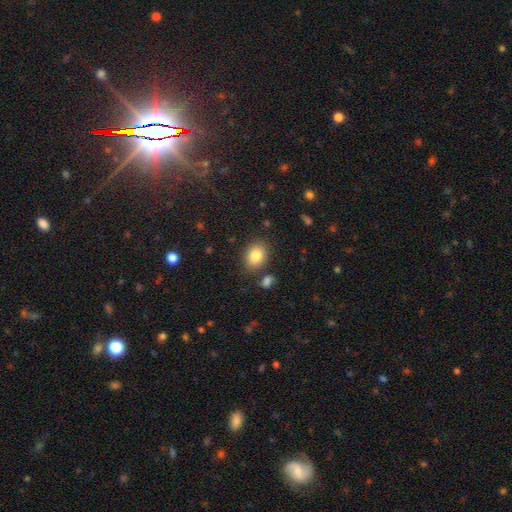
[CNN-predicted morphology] smooth_or_featured: smooth (p=0.84) [alt: star or artifact p=0.09]
how_rounded: in between (p=0.55) [alt: round p=0.44]
merging: none (p=0.81) [alt: minor disturbance p=0.10]